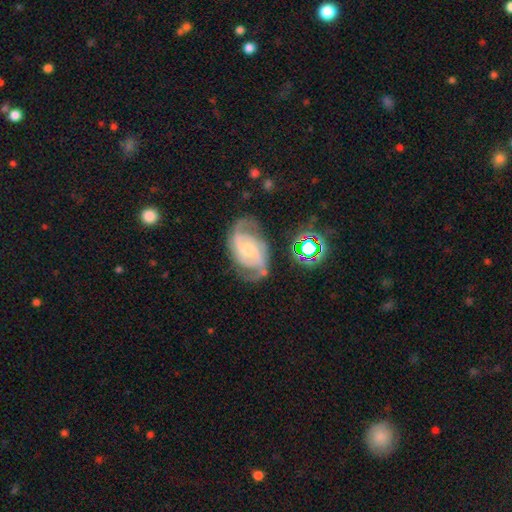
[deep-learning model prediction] smooth_or_featured: featured or disk (p=0.87) [alt: smooth p=0.06]
disk_edge_on: no (p=0.97) [alt: yes p=0.03]
bar: weak (p=0.45) [alt: no p=0.41]
has_spiral_arms: yes (p=0.97) [alt: no p=0.03]
spiral_winding: medium (p=0.53) [alt: tight p=0.29]
spiral_arm_count: 2 (p=0.70) [alt: 3 p=0.14]
bulge_size: moderate (p=0.49) [alt: small p=0.44]
merging: none (p=0.63) [alt: minor disturbance p=0.22]